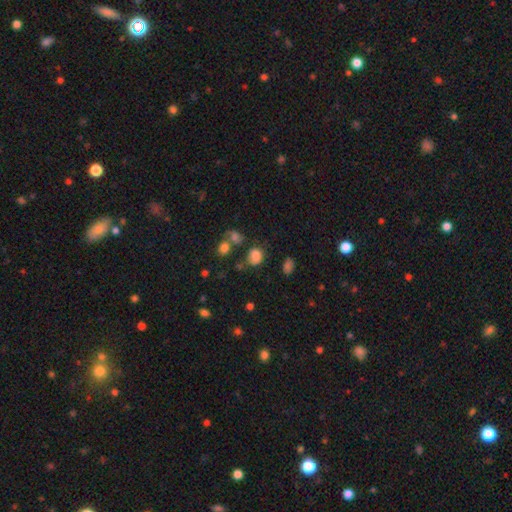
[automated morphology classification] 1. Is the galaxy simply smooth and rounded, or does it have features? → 78% smooth, 14% star or artifact, 8% featured or disk.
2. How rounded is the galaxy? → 51% round, 48% in between, 1% cigar-shaped.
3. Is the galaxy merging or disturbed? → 53% none, 22% minor disturbance, 13% merger, 11% major disturbance.